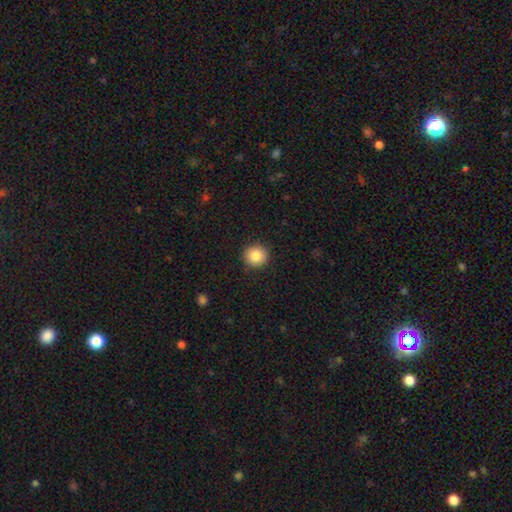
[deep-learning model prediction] Smooth or featured?
  - smooth: 85% *
  - star or artifact: 9%
  - featured or disk: 6%
How rounded?
  - round: 93% *
  - in between: 6%
  - cigar-shaped: 1%
Merging?
  - none: 91% *
  - minor disturbance: 6%
  - major disturbance: 2%
  - merger: 1%